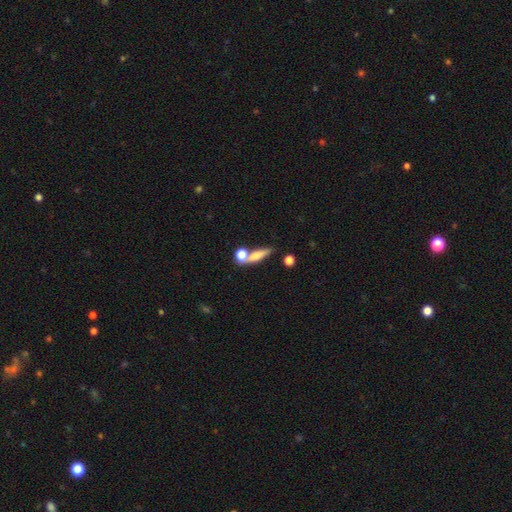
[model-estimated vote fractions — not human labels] Morphology: type=smooth (65%); roundness=cigar-shaped (53%); merging=none (50%).